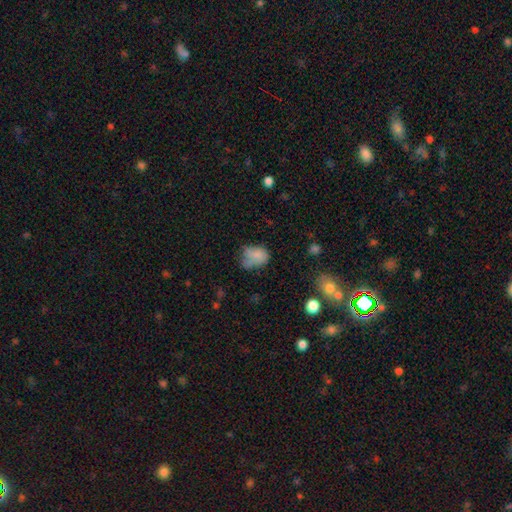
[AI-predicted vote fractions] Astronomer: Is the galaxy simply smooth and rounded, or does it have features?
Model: smooth — 73%.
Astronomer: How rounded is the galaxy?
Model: in between — 70%.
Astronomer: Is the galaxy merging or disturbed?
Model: none — 33% (runner-up: minor disturbance, 32%).